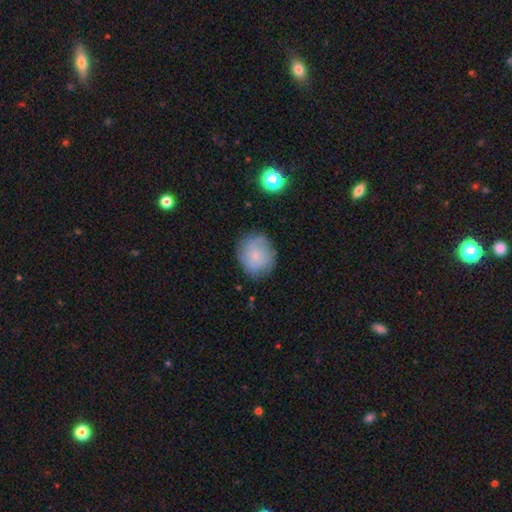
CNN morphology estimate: Smooth or featured? smooth (52%)
How rounded? round (75%)
Merging? none (72%)